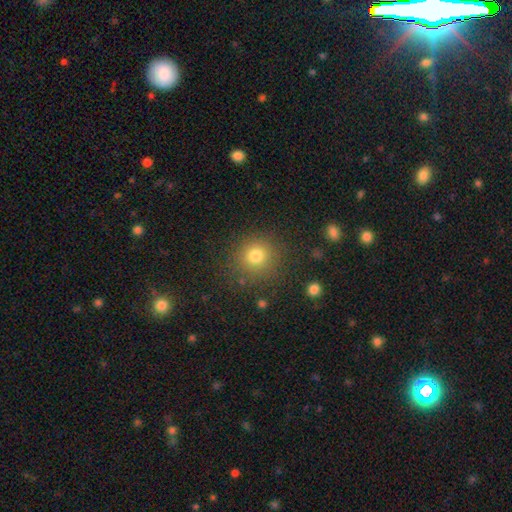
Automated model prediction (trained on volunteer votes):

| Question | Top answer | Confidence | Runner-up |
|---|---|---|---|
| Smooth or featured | smooth | 78% | star or artifact (15%) |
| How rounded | round | 89% | in between (10%) |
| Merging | none | 85% | minor disturbance (9%) |